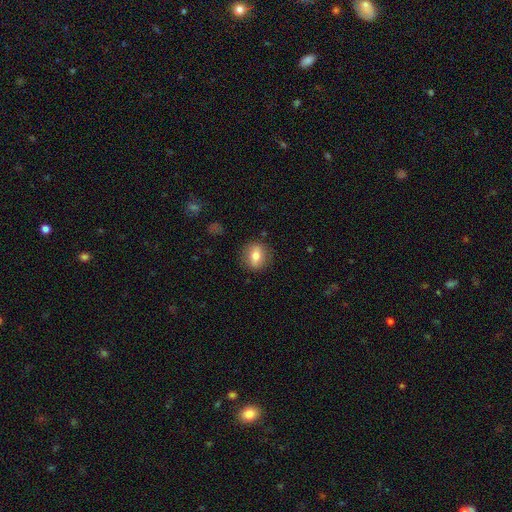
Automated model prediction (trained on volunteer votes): This appears to be a smooth galaxy with no disk features (72%) that is round (61%). Merging: none (86%).